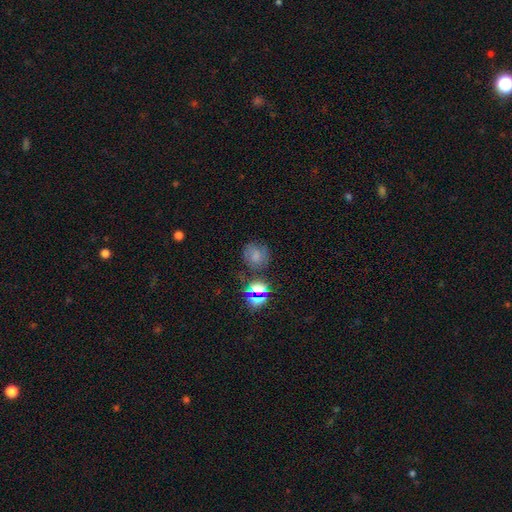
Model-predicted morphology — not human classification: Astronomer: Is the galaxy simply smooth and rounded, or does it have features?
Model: smooth — 55%.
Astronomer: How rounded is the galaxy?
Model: round — 80%.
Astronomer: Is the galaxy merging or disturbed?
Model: none — 65%.